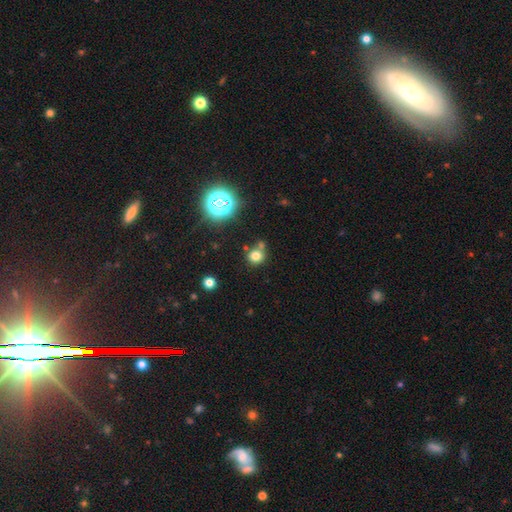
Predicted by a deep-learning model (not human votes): Smooth or featured? smooth (74%)
How rounded? round (86%)
Merging? none (66%)